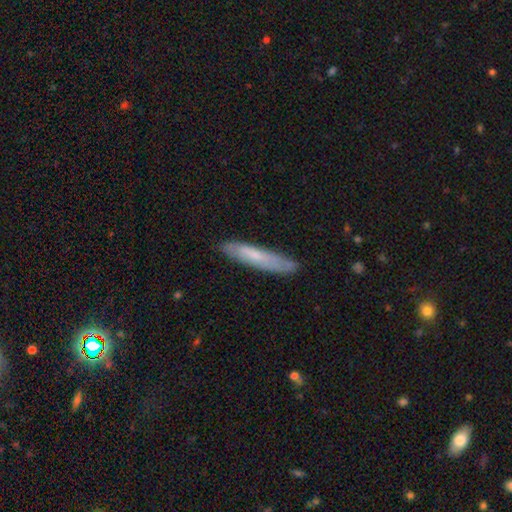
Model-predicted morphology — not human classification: This is possibly a smooth galaxy (59%). How rounded: clearly cigar-shaped (88%). Merging: clearly none (82%).